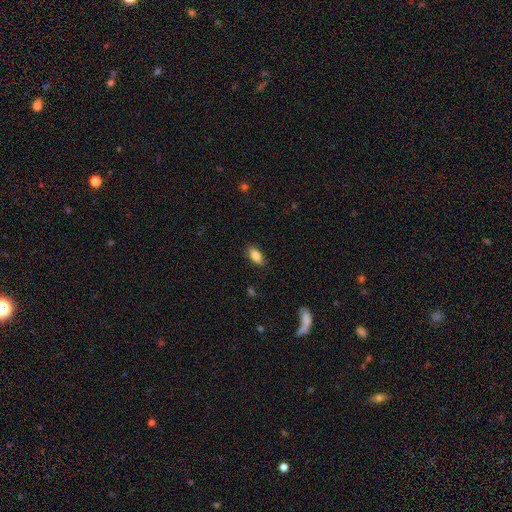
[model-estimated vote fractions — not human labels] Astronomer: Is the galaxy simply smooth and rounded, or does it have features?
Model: smooth — 85%.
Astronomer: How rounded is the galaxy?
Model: in between — 89%.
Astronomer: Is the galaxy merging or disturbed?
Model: none — 86%.